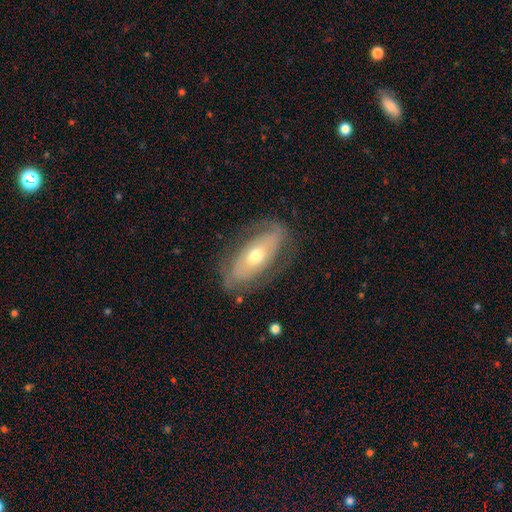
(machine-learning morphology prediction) Smooth or featured? featured or disk (65%)
Edge-on disk? no (85%)
Bar? no (65%)
Spiral arms? yes (56%)
Bulge size? moderate (65%)
Merging? none (75%)